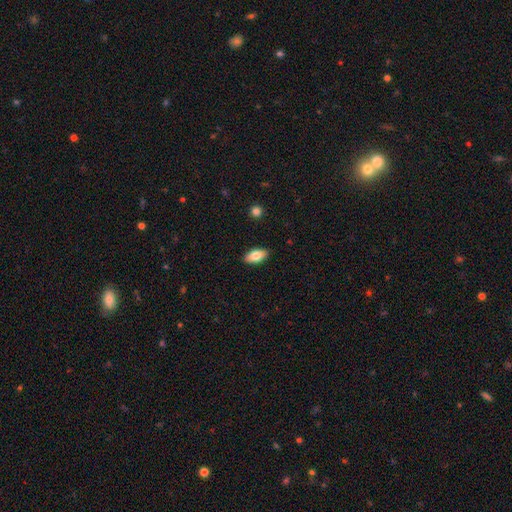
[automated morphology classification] Smooth or featured?
  - smooth: 79% *
  - featured or disk: 14%
  - star or artifact: 7%
How rounded?
  - in between: 90% *
  - cigar-shaped: 7%
  - round: 3%
Merging?
  - none: 89% *
  - minor disturbance: 8%
  - major disturbance: 2%
  - merger: 1%